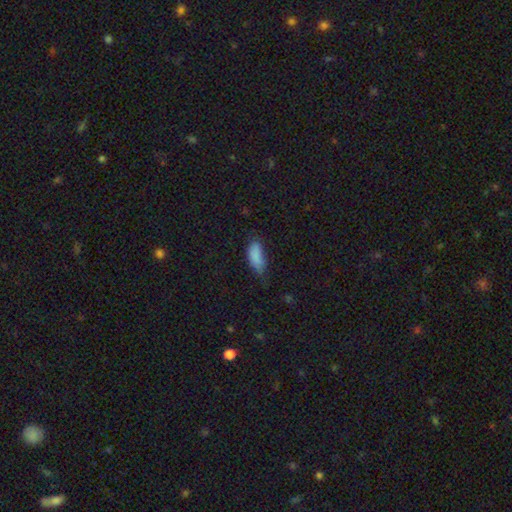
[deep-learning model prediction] A smooth galaxy with no disk features (84%) that is in between round and cigar-shaped (86%).

Vote fractions:
- Smooth or featured? smooth: 84% / star or artifact: 9% / featured or disk: 7%
- How rounded? in between: 86% / cigar-shaped: 12% / round: 2%
- Merging? none: 46% / minor disturbance: 39% / major disturbance: 13% / merger: 2%